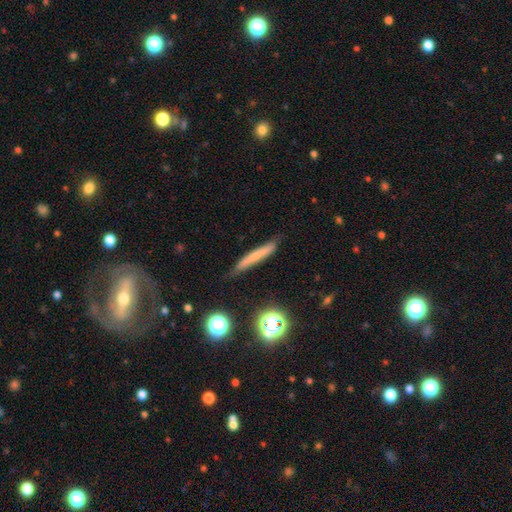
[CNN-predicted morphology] Q: Smooth or featured?
A: smooth (58%); runner-up: featured or disk (30%)
Q: How rounded?
A: cigar-shaped (92%); runner-up: in between (4%)
Q: Merging?
A: none (79%); runner-up: minor disturbance (16%)